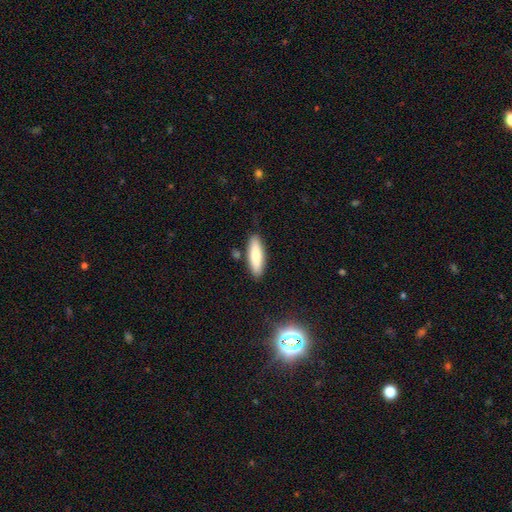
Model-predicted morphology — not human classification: Smooth or featured? Predicted: smooth (p=0.80). How rounded? Predicted: cigar-shaped (p=0.55). Merging? Predicted: none (p=0.85).